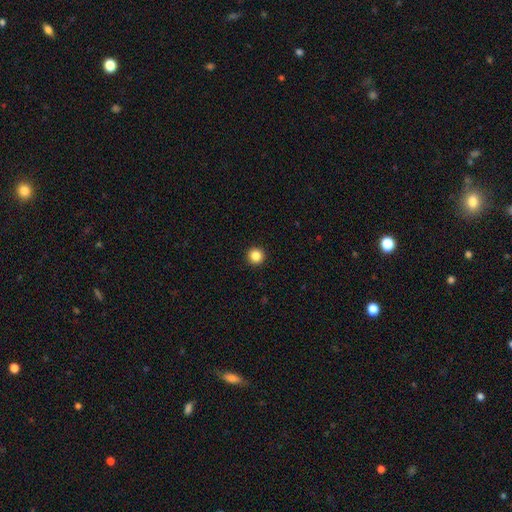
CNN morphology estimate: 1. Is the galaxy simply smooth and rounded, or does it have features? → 85% smooth, 11% star or artifact, 4% featured or disk.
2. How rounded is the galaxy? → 96% round, 3% in between, 1% cigar-shaped.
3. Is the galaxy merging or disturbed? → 94% none, 4% minor disturbance, 1% major disturbance, 1% merger.